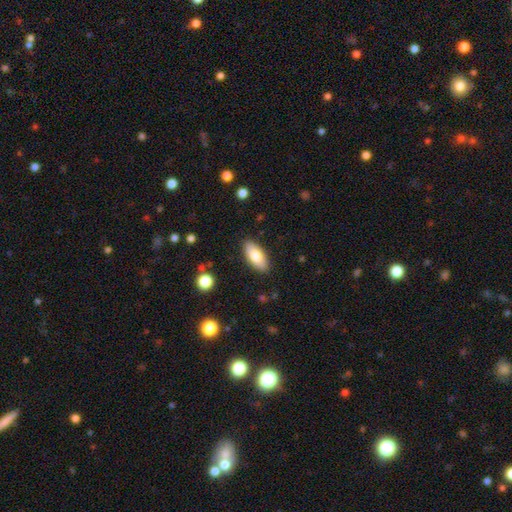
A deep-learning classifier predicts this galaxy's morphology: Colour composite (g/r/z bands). It shows a smooth galaxy with no disk features (77%) that is in between round and cigar-shaped (86%). Merging: none (88%).